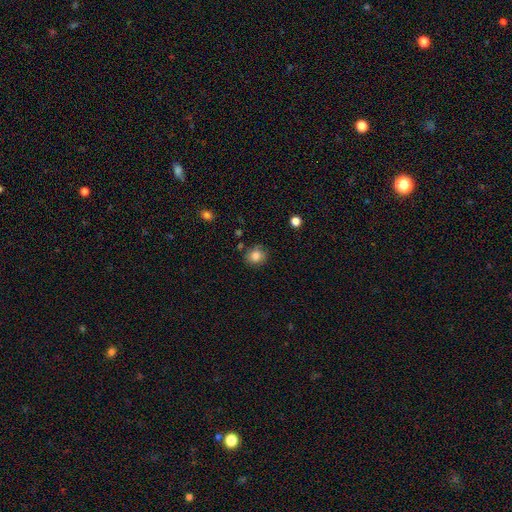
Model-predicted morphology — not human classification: Smooth or featured? smooth (83%)
How rounded? round (83%)
Merging? none (79%)